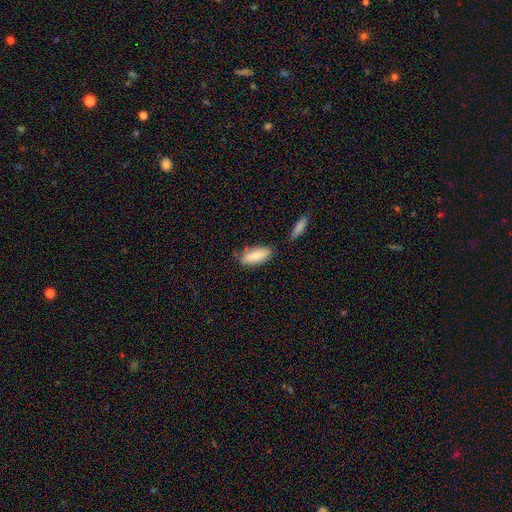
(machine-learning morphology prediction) smooth_or_featured: smooth (p=0.78) [alt: featured or disk p=0.15]
how_rounded: in between (p=0.71) [alt: cigar-shaped p=0.27]
merging: none (p=0.68) [alt: minor disturbance p=0.21]